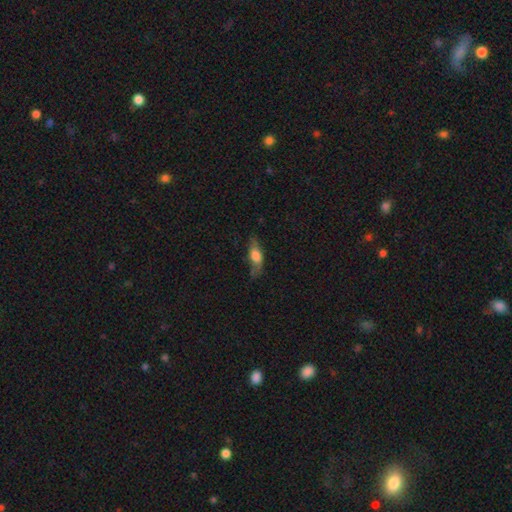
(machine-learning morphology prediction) This appears to be a smooth galaxy with no disk features (60%) that is in between round and cigar-shaped (68%). Merging: none (56%).